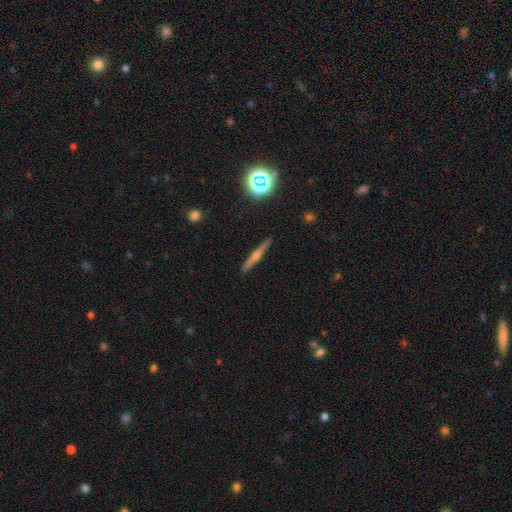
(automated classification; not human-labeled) Smooth or featured? featured or disk (60%)
Edge-on disk? yes (97%)
Edge-on bulge? rounded (82%)
Merging? none (91%)